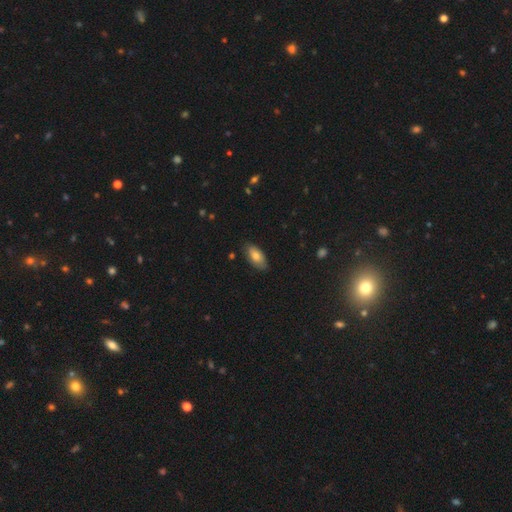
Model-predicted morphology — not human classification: Q: Smooth or featured?
A: smooth (74%); runner-up: featured or disk (20%)
Q: How rounded?
A: in between (92%); runner-up: cigar-shaped (5%)
Q: Merging?
A: none (78%); runner-up: minor disturbance (18%)